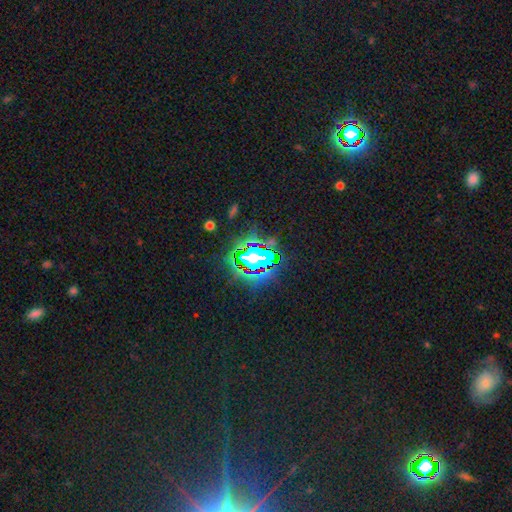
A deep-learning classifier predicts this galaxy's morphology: type=star or artifact (63%).